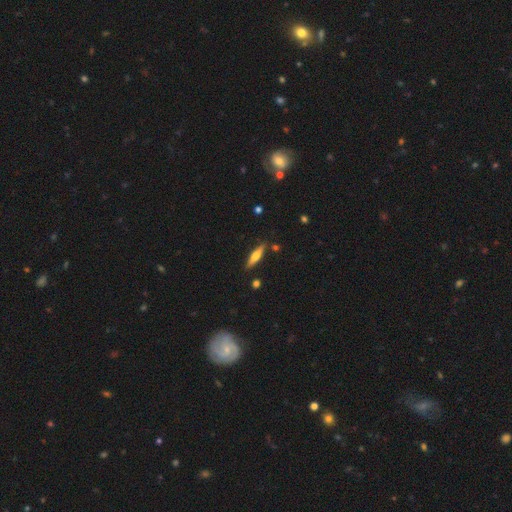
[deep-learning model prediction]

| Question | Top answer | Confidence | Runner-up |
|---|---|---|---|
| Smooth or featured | featured or disk | 51% | smooth (42%) |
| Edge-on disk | yes | 94% | no (6%) |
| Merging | none | 86% | minor disturbance (10%) |